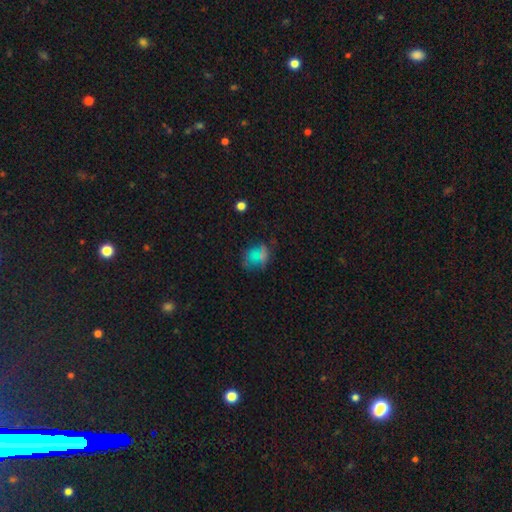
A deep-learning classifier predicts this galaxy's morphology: smooth_or_featured: smooth (p=0.54) [alt: star or artifact p=0.31]
how_rounded: round (p=0.65) [alt: in between p=0.33]
merging: none (p=0.60) [alt: minor disturbance p=0.21]